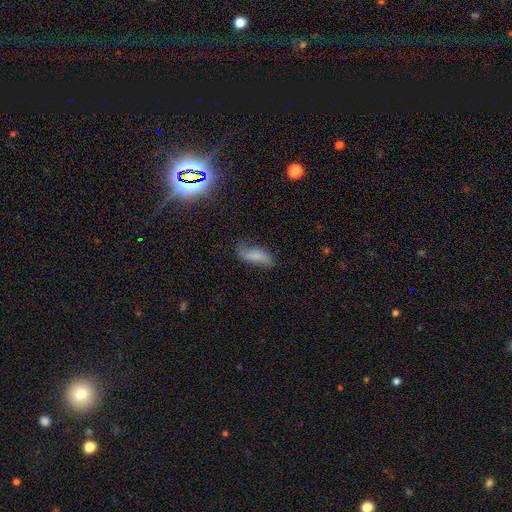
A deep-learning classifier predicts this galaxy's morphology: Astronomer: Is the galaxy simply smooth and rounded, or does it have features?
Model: smooth — 66%.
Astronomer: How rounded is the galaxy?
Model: in between — 72%.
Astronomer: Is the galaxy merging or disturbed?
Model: none — 54% (runner-up: minor disturbance, 30%).